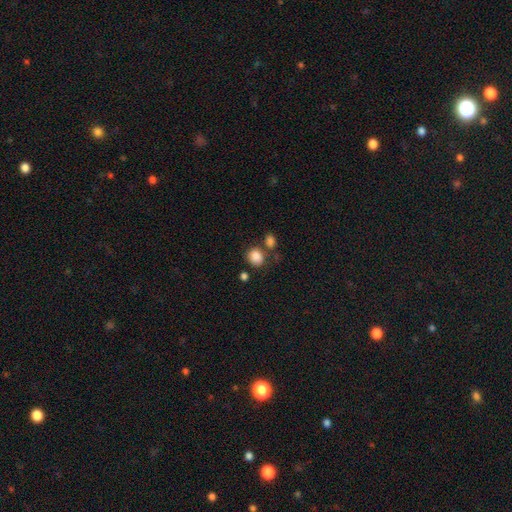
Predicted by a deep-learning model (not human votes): Smooth or featured? Predicted: smooth (p=0.86). How rounded? Predicted: round (p=0.68). Merging? Predicted: none (p=0.65).